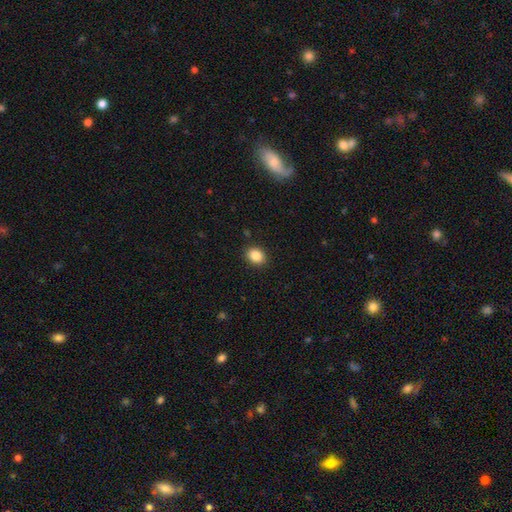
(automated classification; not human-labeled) Smooth or featured? smooth (86%)
How rounded? in between (52%)
Merging? none (90%)